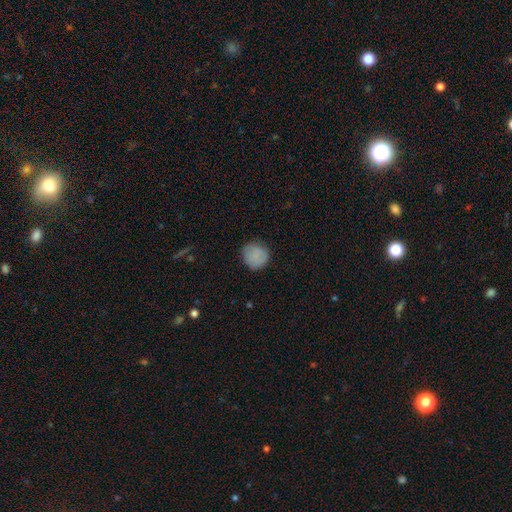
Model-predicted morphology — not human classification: The model was most divided on "merging": none: 79%, minor disturbance: 16%, major disturbance: 4%, merger: 1%. More confident: how rounded — round (88%); smooth or featured — smooth (84%).